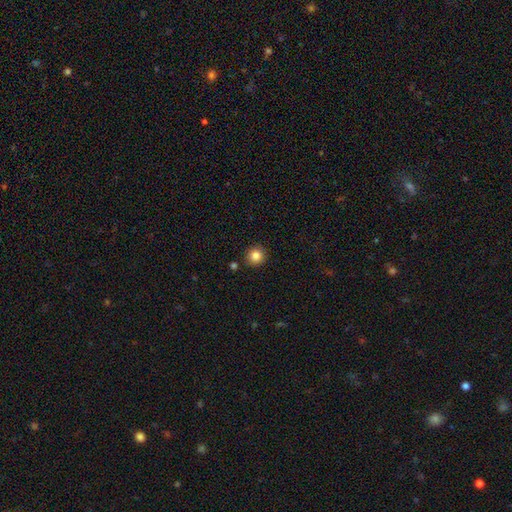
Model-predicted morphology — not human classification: Smooth or featured: smooth — 84% (star or artifact — 11%)
How rounded: round — 93% (in between — 6%)
Merging: none — 90% (minor disturbance — 6%)